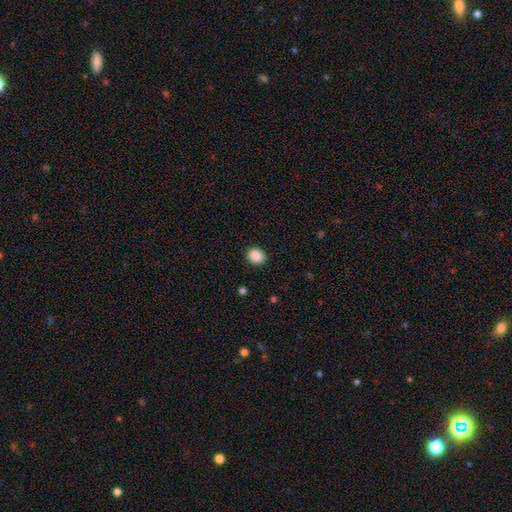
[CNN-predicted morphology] A smooth galaxy with no disk features (89%) that is round (56%).

Vote fractions:
- Smooth or featured? smooth: 89% / star or artifact: 8% / featured or disk: 3%
- How rounded? round: 56% / in between: 43% / cigar-shaped: 1%
- Merging? none: 87% / minor disturbance: 9% / major disturbance: 2% / merger: 1%